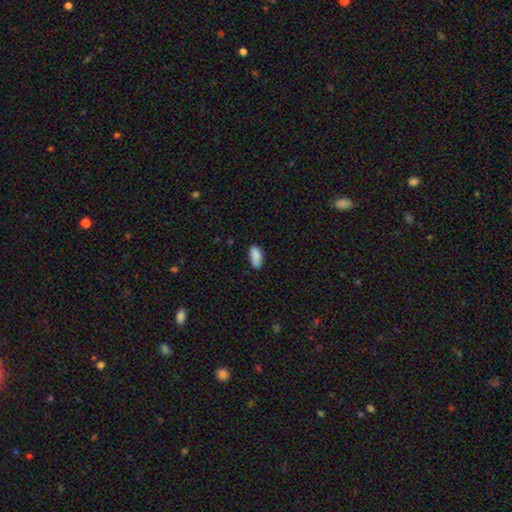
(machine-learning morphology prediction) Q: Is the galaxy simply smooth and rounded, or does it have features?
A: smooth — 87%.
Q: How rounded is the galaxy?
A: in between — 89%.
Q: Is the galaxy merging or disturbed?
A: none — 69%.